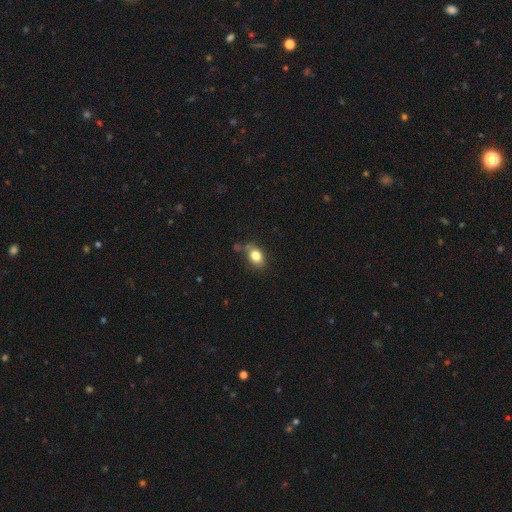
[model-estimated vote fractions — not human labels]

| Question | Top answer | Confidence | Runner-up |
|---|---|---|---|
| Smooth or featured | smooth | 81% | featured or disk (10%) |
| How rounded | in between | 74% | round (24%) |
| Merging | none | 63% | minor disturbance (23%) |